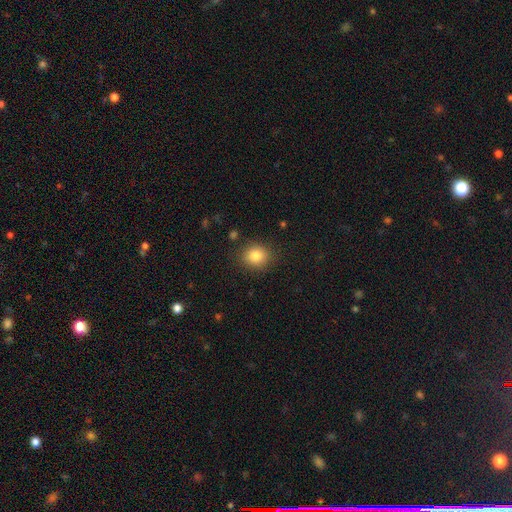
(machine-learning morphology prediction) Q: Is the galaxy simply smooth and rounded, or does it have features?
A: smooth — 83%.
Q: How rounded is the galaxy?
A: round — 71%.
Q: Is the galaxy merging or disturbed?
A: none — 87%.